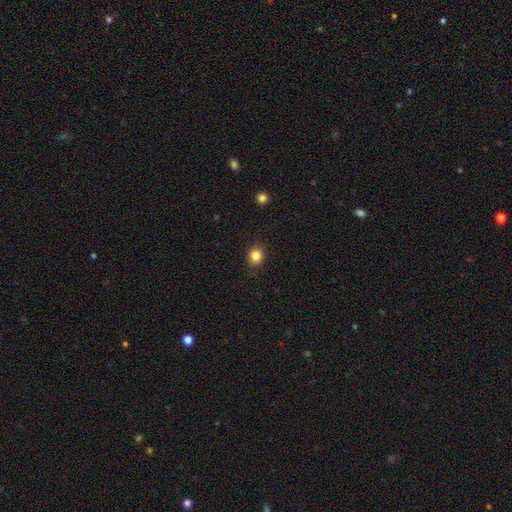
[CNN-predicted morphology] Smooth or featured?
  - smooth: 84% *
  - star or artifact: 11%
  - featured or disk: 5%
How rounded?
  - round: 67% *
  - in between: 32%
  - cigar-shaped: 1%
Merging?
  - none: 88% *
  - minor disturbance: 8%
  - major disturbance: 2%
  - merger: 1%